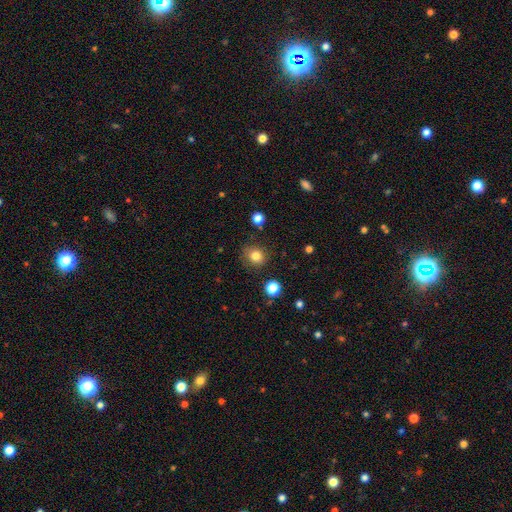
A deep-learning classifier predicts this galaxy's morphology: This appears to be a smooth galaxy with no disk features (81%) that is round (83%). Merging: none (84%).